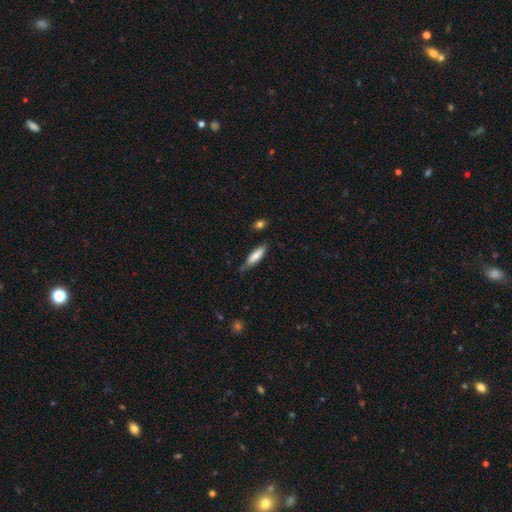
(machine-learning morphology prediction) smooth_or_featured: smooth (p=0.78) [alt: featured or disk p=0.16]
how_rounded: cigar-shaped (p=0.67) [alt: in between p=0.31]
merging: none (p=0.68) [alt: minor disturbance p=0.25]